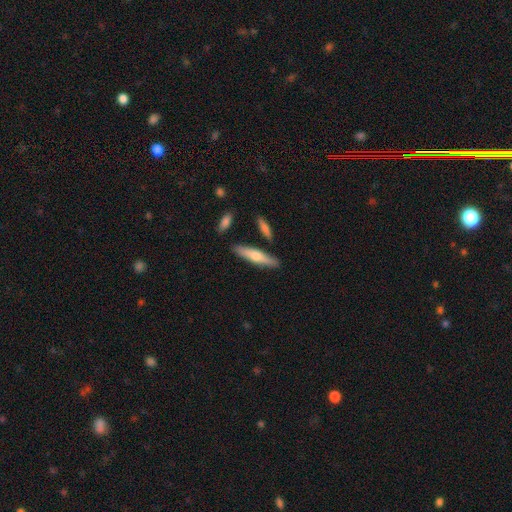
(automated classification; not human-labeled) This is possibly a smooth galaxy (58%). How rounded: clearly cigar-shaped (81%). Merging: clearly none (83%).